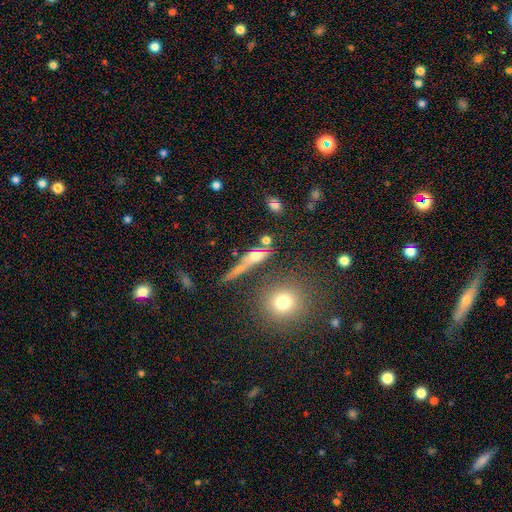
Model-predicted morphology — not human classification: smooth-or-featured: smooth: 52% | featured or disk: 28% | star or artifact: 19%
  how-rounded: cigar-shaped: 47% | in between: 30% | round: 23%
  merging: none: 49% | merger: 24% | minor disturbance: 15% | major disturbance: 12%